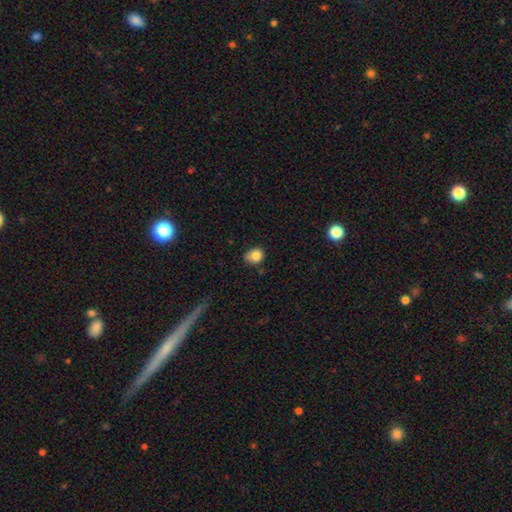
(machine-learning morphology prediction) This is clearly a smooth galaxy (82%). How rounded: likely round (61%). Merging: possibly none (57%).